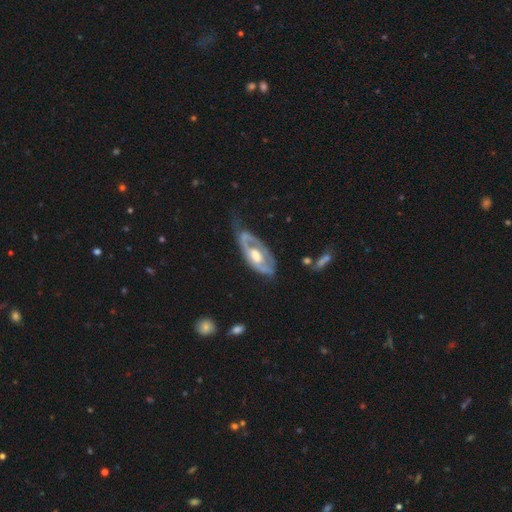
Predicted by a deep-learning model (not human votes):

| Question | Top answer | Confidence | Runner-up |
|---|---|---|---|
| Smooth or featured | featured or disk | 76% | smooth (19%) |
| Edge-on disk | no | 88% | yes (12%) |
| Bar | no | 63% | weak (28%) |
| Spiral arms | yes | 70% | no (30%) |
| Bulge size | moderate | 56% | large (31%) |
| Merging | none | 38% | minor disturbance (30%) |